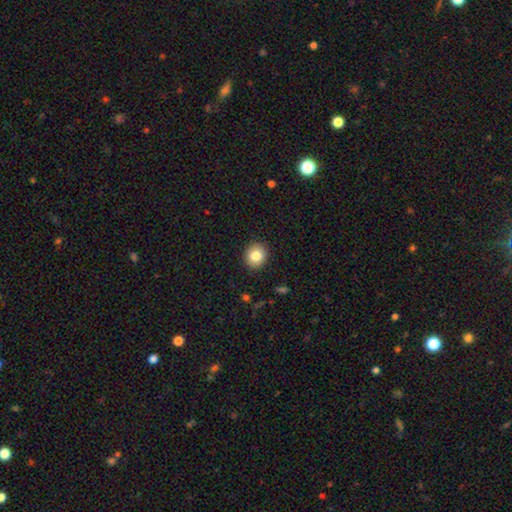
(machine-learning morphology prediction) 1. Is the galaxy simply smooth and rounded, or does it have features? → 83% smooth, 9% star or artifact, 8% featured or disk.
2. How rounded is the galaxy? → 75% round, 24% in between, 1% cigar-shaped.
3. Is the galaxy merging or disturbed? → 91% none, 6% minor disturbance, 2% major disturbance, 1% merger.